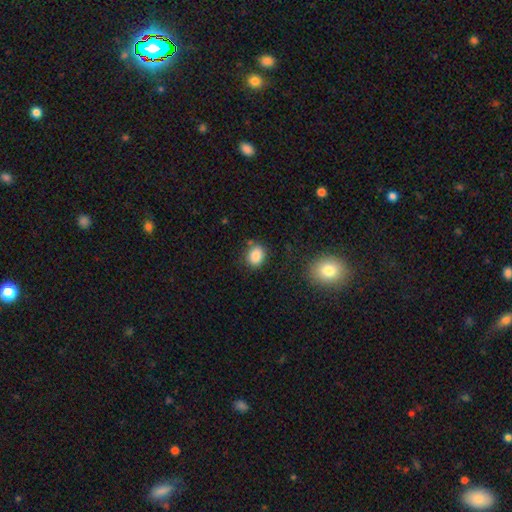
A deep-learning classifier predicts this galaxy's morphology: Q: Smooth or featured?
A: smooth (85%); runner-up: star or artifact (10%)
Q: How rounded?
A: round (54%); runner-up: in between (45%)
Q: Merging?
A: none (78%); runner-up: minor disturbance (13%)